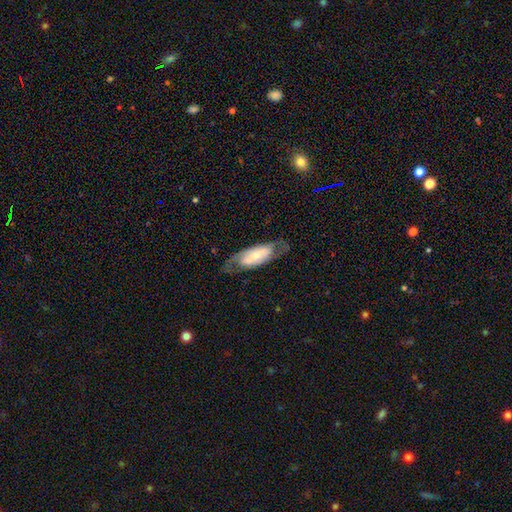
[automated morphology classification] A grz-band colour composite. It shows a featured or disk galaxy (65%) with a strong bar (39%), spiral arms (72%) and a small central bulge (50%). Merging: none (67%).